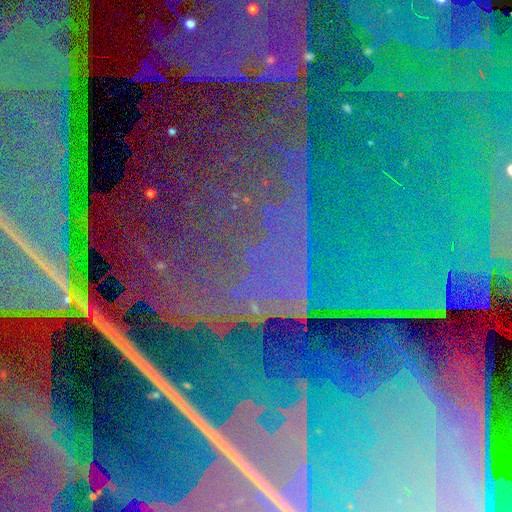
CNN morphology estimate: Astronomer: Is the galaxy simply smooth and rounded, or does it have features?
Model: star or artifact — 88%.